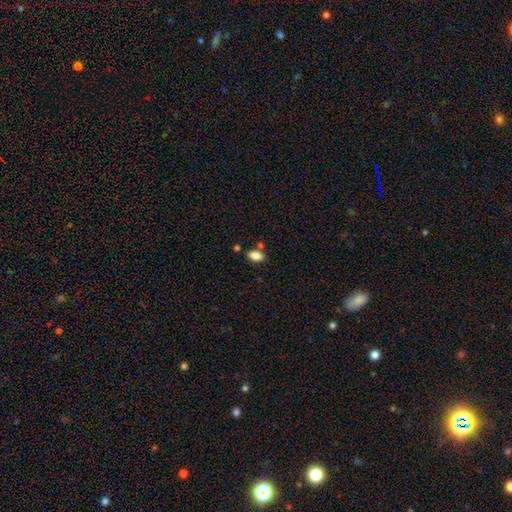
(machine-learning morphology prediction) Q: Smooth or featured?
A: smooth (86%); runner-up: star or artifact (9%)
Q: How rounded?
A: in between (91%); runner-up: round (5%)
Q: Merging?
A: none (76%); runner-up: minor disturbance (12%)